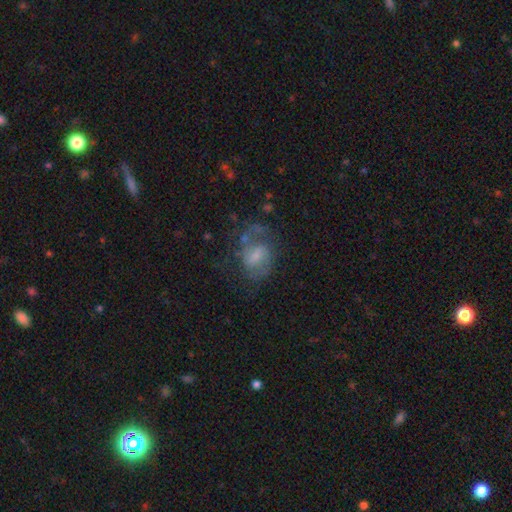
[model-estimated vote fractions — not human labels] This is likely a featured or disk galaxy (64%). It is clearly not viewed edge-on (97%). Bar: possibly weak (55%). Spiral arm pattern: clearly yes (83%). Spiral arm count: likely 2 (73%). Spiral winding: possibly medium (51%). Central bulge: marginally small (42%). Merging: possibly none (51%).